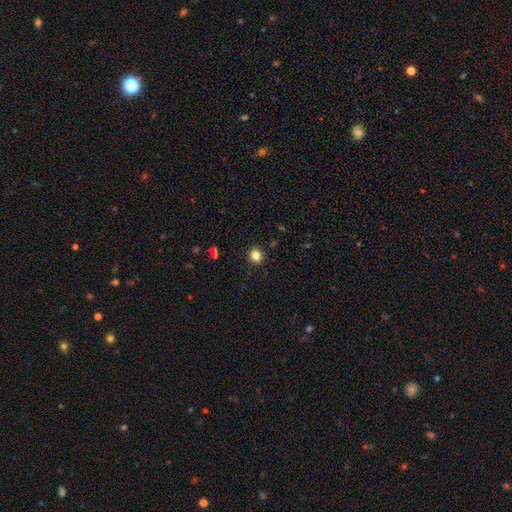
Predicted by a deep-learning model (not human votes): Q: Smooth or featured?
A: smooth (83%); runner-up: star or artifact (12%)
Q: How rounded?
A: round (80%); runner-up: in between (20%)
Q: Merging?
A: none (90%); runner-up: minor disturbance (7%)